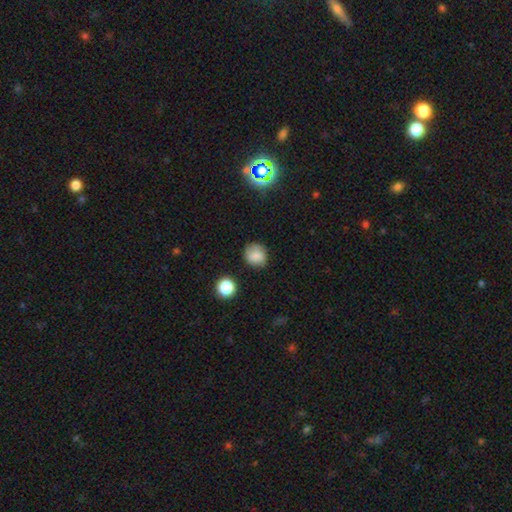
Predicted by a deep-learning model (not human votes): smooth-or-featured: smooth: 80% | star or artifact: 11% | featured or disk: 9%
  how-rounded: round: 80% | in between: 19% | cigar-shaped: 1%
  merging: none: 75% | minor disturbance: 18% | major disturbance: 5% | merger: 2%